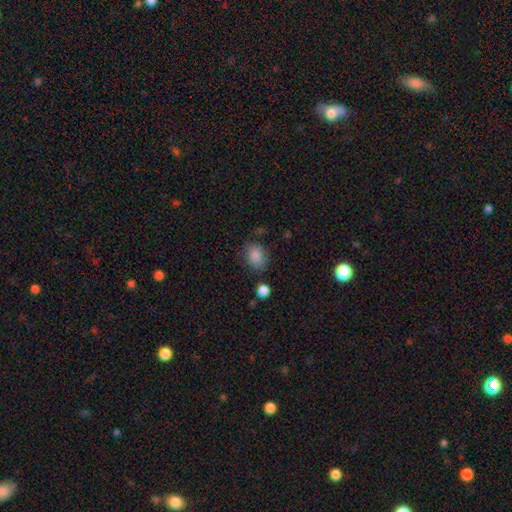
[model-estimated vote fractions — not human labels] This appears to be a smooth galaxy with no disk features (86%) that is in between round and cigar-shaped (51%). Merging: none (71%).